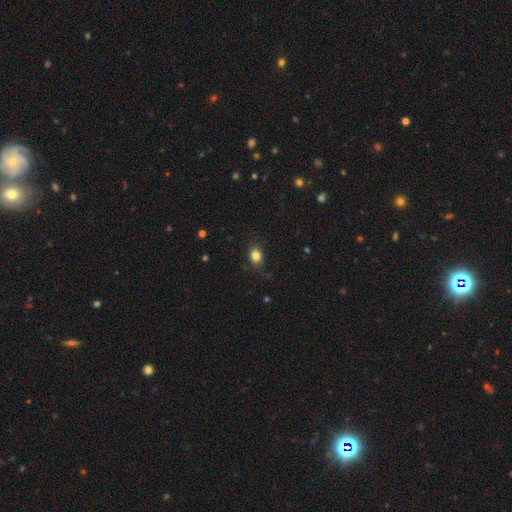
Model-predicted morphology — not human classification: Q: Smooth or featured?
A: smooth (84%); runner-up: star or artifact (11%)
Q: How rounded?
A: in between (64%); runner-up: round (35%)
Q: Merging?
A: none (83%); runner-up: minor disturbance (13%)